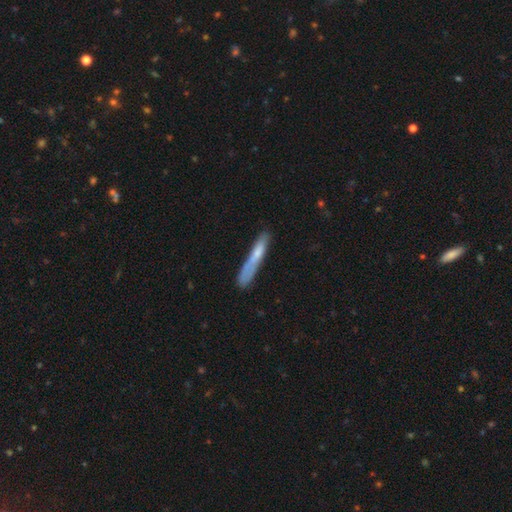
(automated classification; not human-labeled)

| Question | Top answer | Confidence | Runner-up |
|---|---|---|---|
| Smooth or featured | smooth | 62% | featured or disk (31%) |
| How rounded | cigar-shaped | 94% | in between (5%) |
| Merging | none | 62% | minor disturbance (22%) |